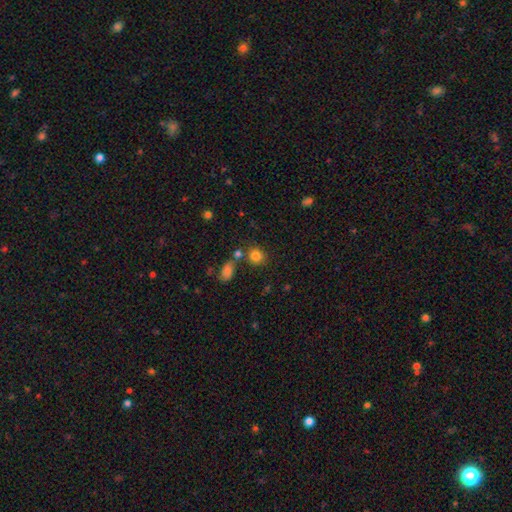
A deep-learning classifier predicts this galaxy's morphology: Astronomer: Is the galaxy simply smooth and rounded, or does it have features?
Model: smooth — 81%.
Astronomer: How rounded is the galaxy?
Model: round — 83%.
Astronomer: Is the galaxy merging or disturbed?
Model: none — 69%.